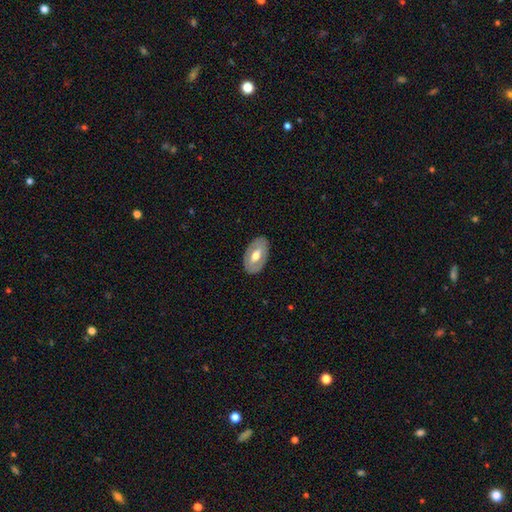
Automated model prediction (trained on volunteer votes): Smooth or featured? featured or disk (50%)
Edge-on disk? no (88%)
Merging? none (86%)